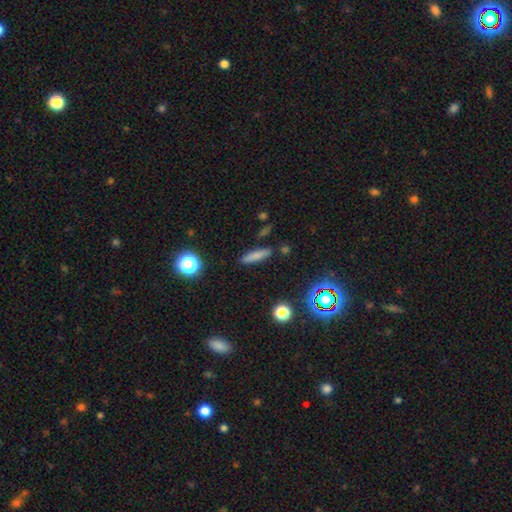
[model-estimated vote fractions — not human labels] Morphology: type=smooth (75%); roundness=cigar-shaped (77%); merging=none (87%).